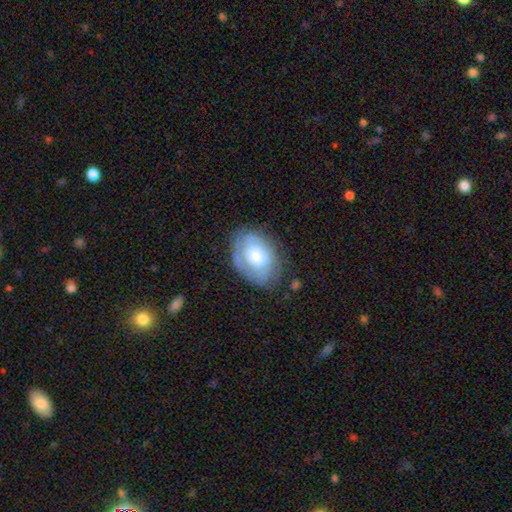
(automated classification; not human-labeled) smooth_or_featured: featured or disk (p=0.57) [alt: smooth p=0.35]
disk_edge_on: no (p=0.96) [alt: yes p=0.04]
bar: no (p=0.68) [alt: weak p=0.27]
has_spiral_arms: yes (p=0.68) [alt: no p=0.32]
bulge_size: moderate (p=0.47) [alt: small p=0.26]
merging: none (p=0.64) [alt: minor disturbance p=0.24]